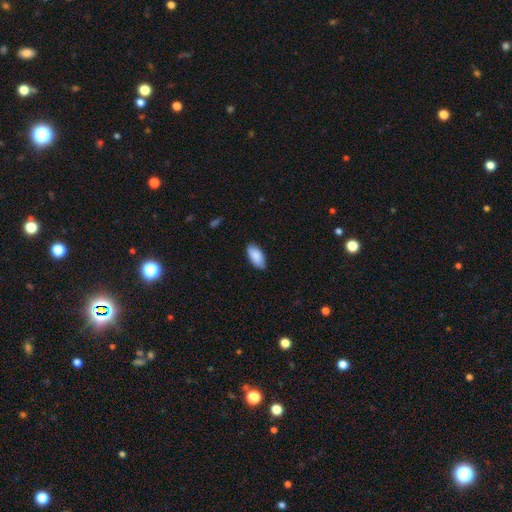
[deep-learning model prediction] Smooth or featured? Predicted: smooth (p=0.88). How rounded? Predicted: in between (p=0.92). Merging? Predicted: none (p=0.84).